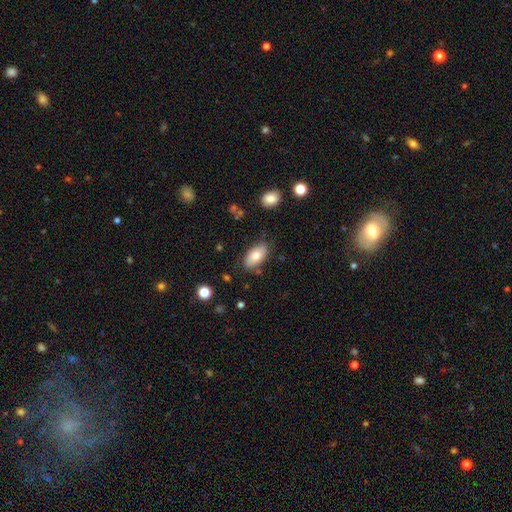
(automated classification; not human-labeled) A smooth galaxy with no disk features (79%) that is in between round and cigar-shaped (93%).

Vote fractions:
- Smooth or featured? smooth: 79% / featured or disk: 14% / star or artifact: 7%
- How rounded? in between: 93% / cigar-shaped: 4% / round: 3%
- Merging? none: 79% / minor disturbance: 15% / major disturbance: 3% / merger: 3%